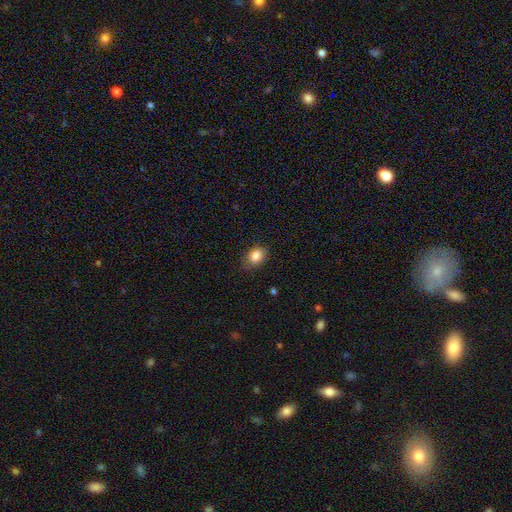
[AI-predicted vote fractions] Smooth or featured? smooth (85%)
How rounded? in between (70%)
Merging? none (76%)